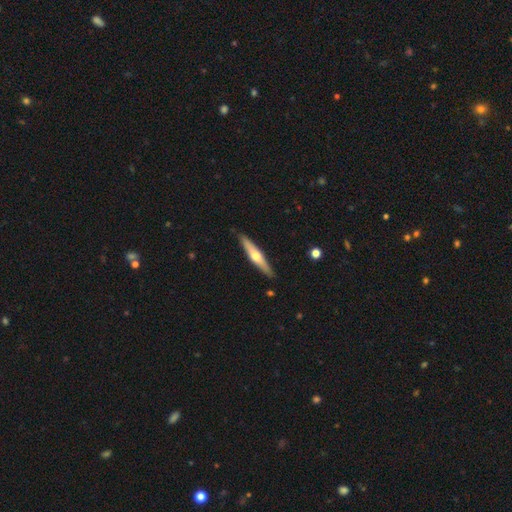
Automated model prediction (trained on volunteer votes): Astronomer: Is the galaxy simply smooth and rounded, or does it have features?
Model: featured or disk — 59% (runner-up: smooth, 36%).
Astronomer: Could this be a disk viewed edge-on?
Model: yes — 95%.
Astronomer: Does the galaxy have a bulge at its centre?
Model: rounded — 92%.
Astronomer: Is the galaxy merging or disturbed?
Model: none — 89%.